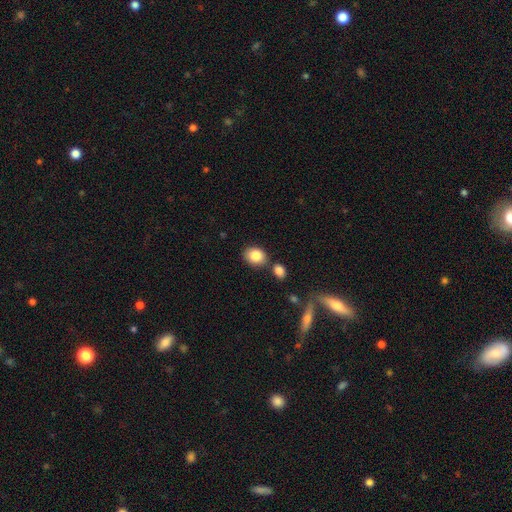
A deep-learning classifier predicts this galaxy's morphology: Overall: smooth (84%). How rounded: in between (59%; round 40%). Merging: none (72%).